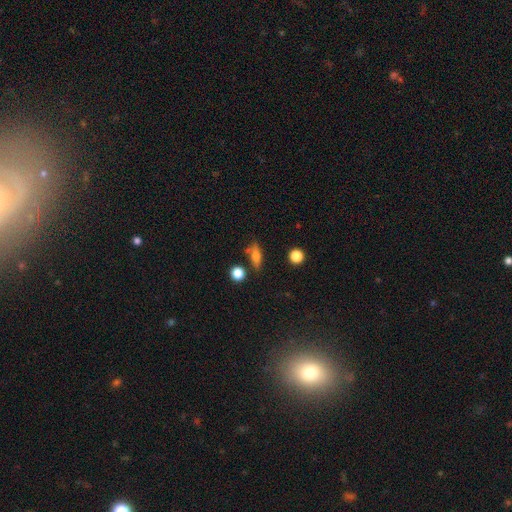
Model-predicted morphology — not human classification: Overall: smooth (70%). How rounded: in between (55%; cigar-shaped 34%). Merging: none (70%).